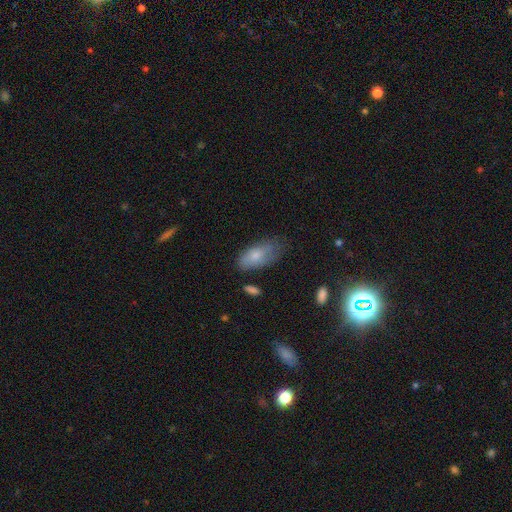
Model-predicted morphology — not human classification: smooth-or-featured: smooth: 76% | featured or disk: 18% | star or artifact: 6%
  how-rounded: in between: 90% | cigar-shaped: 7% | round: 3%
  merging: none: 50% | minor disturbance: 34% | major disturbance: 13% | merger: 3%